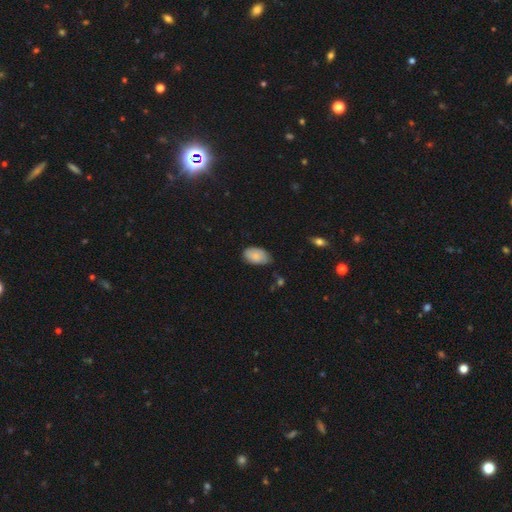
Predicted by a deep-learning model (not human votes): Morphology: type=smooth (84%); roundness=in between (93%); merging=none (59%).